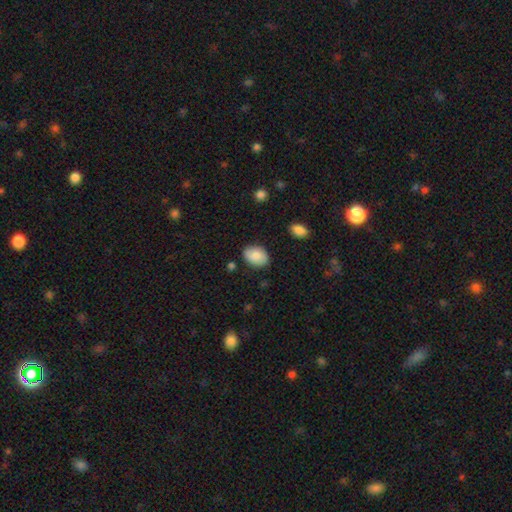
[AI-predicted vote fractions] This appears to be a smooth galaxy with no disk features (84%) that is in between round and cigar-shaped (79%). Merging: none (84%).